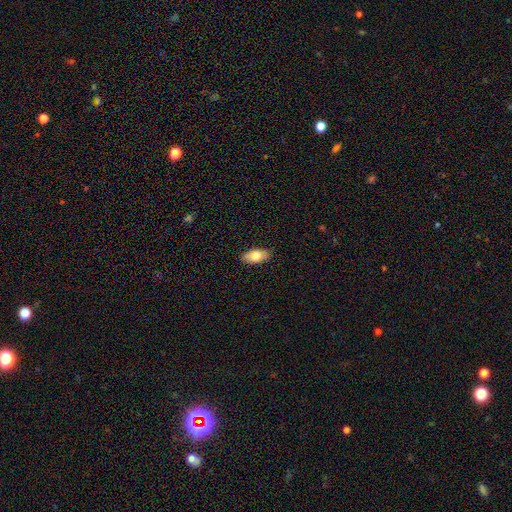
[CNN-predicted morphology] smooth_or_featured: smooth (p=0.76) [alt: featured or disk p=0.18]
how_rounded: in between (p=0.91) [alt: cigar-shaped p=0.06]
merging: none (p=0.87) [alt: minor disturbance p=0.10]